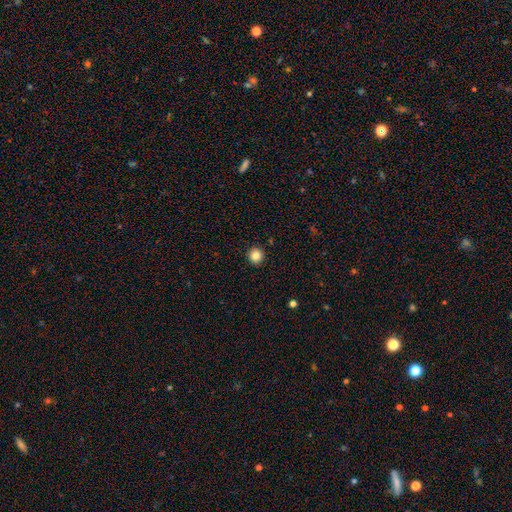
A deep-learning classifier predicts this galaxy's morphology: smooth_or_featured: smooth (p=0.85) [alt: star or artifact p=0.11]
how_rounded: round (p=0.93) [alt: in between p=0.06]
merging: none (p=0.92) [alt: minor disturbance p=0.05]